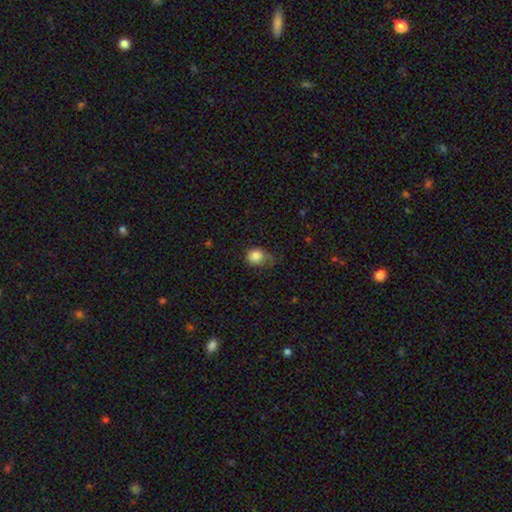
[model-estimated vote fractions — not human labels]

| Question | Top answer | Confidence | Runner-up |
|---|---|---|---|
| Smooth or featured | smooth | 85% | star or artifact (10%) |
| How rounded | round | 76% | in between (23%) |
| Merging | none | 47% | minor disturbance (36%) |